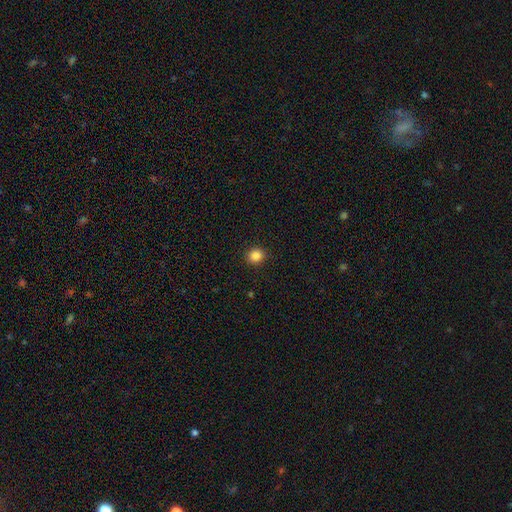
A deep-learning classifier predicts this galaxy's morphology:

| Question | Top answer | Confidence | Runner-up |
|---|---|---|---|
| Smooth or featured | smooth | 85% | star or artifact (11%) |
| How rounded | round | 85% | in between (14%) |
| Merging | none | 92% | minor disturbance (6%) |